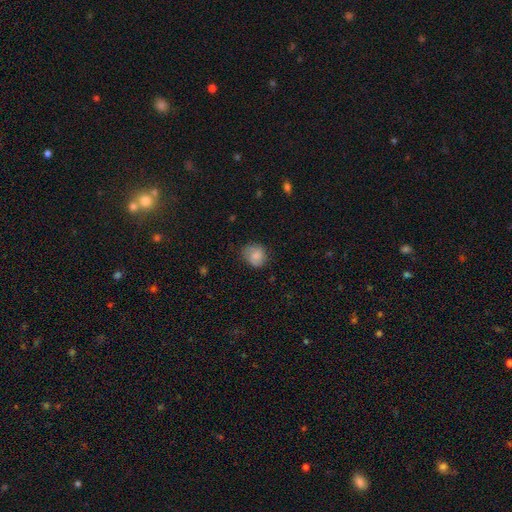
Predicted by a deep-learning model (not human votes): smooth_or_featured: smooth (p=0.79) [alt: featured or disk p=0.13]
how_rounded: round (p=0.71) [alt: in between p=0.28]
merging: none (p=0.65) [alt: minor disturbance p=0.26]